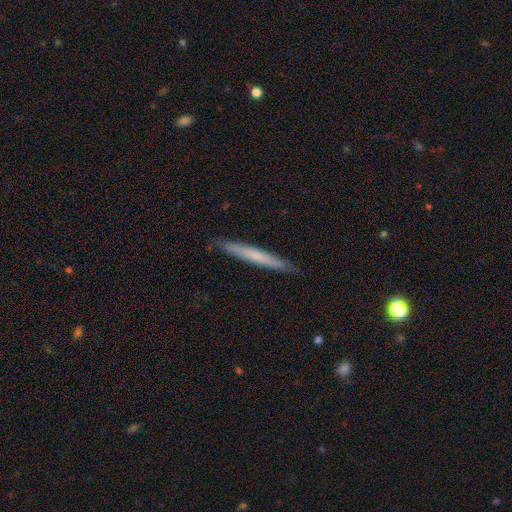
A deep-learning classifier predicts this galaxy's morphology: A smooth galaxy with no disk features (62%) that is cigar-shaped (97%).

Vote fractions:
- Smooth or featured? smooth: 62% / featured or disk: 33% / star or artifact: 5%
- How rounded? cigar-shaped: 97% / in between: 2% / round: 1%
- Merging? none: 90% / minor disturbance: 8% / major disturbance: 1% / merger: 1%